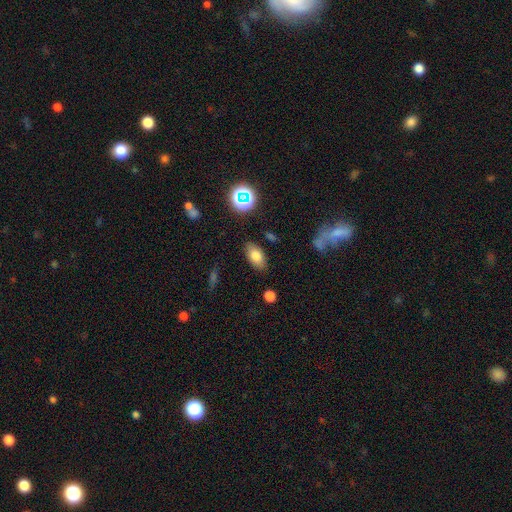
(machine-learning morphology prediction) smooth 77%, featured or disk 12%, star or artifact 11%. Down the decision tree: how rounded — in between (91%); merging — none (84%).